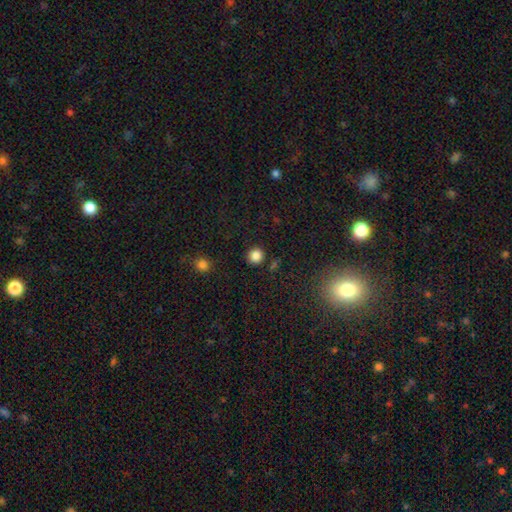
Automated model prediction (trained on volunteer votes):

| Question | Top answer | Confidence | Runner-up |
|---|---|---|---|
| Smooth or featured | smooth | 85% | star or artifact (11%) |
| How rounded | round | 92% | in between (8%) |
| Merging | none | 89% | minor disturbance (6%) |